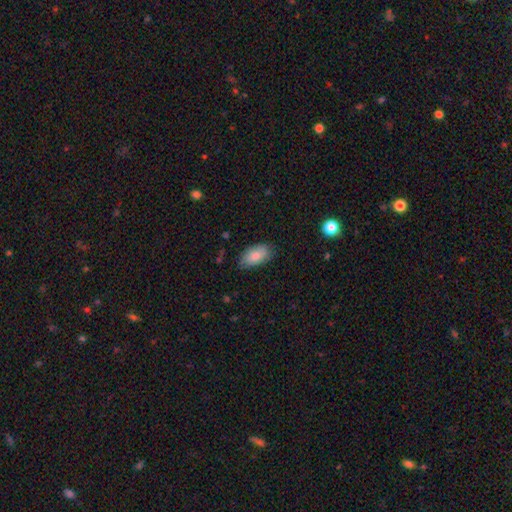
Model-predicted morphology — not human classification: This appears to be a smooth galaxy with no disk features (84%) that is in between round and cigar-shaped (94%). Merging: none (78%).